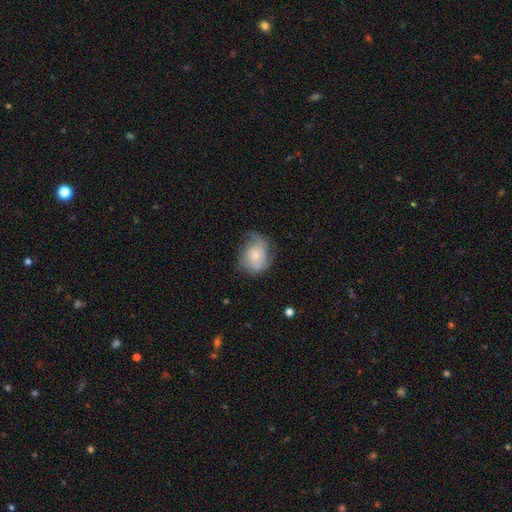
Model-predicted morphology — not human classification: A featured or disk galaxy (54%) with no bar (75%), spiral arms (85%) and a small central bulge (55%).

Vote fractions:
- Smooth or featured? featured or disk: 54% / smooth: 39% / star or artifact: 7%
- Edge-on disk? no: 97% / yes: 3%
- Bar? no: 75% / weak: 22% / strong: 3%
- Spiral arms? yes: 85% / no: 15%
- Bulge size? small: 55% / moderate: 35% / none: 5% / large: 4% / dominant: 1%
- Merging? none: 48% / minor disturbance: 30% / major disturbance: 20% / merger: 2%